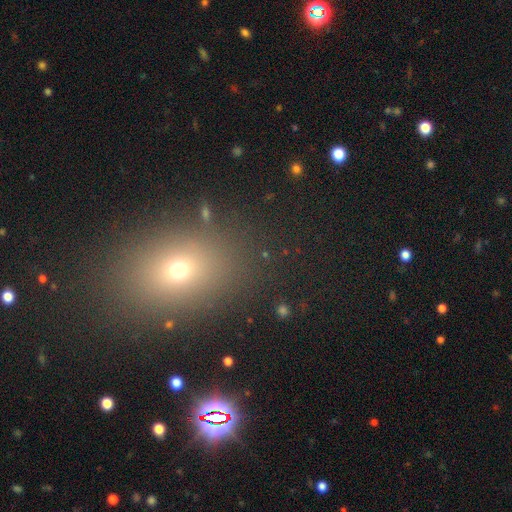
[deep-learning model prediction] A smooth galaxy with no disk features (56%) that is in between round and cigar-shaped (63%). Merging: none (86%).